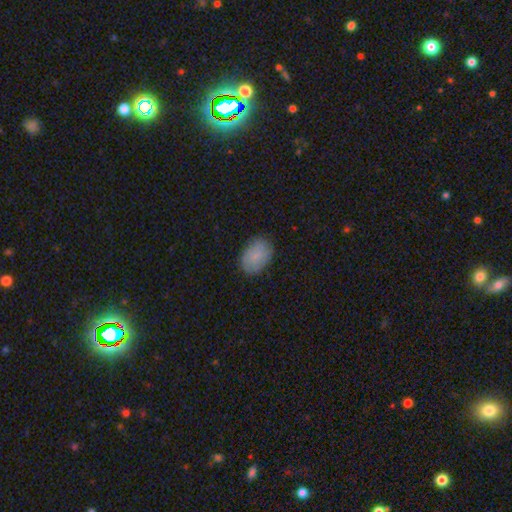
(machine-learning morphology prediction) A smooth galaxy with no disk features (84%) that is in between round and cigar-shaped (84%). Merging: none (82%).